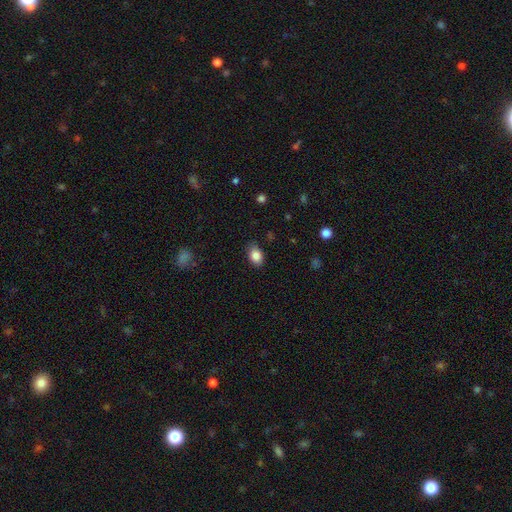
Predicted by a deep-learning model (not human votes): Morphology: type=smooth (85%); roundness=in between (81%); merging=none (83%).